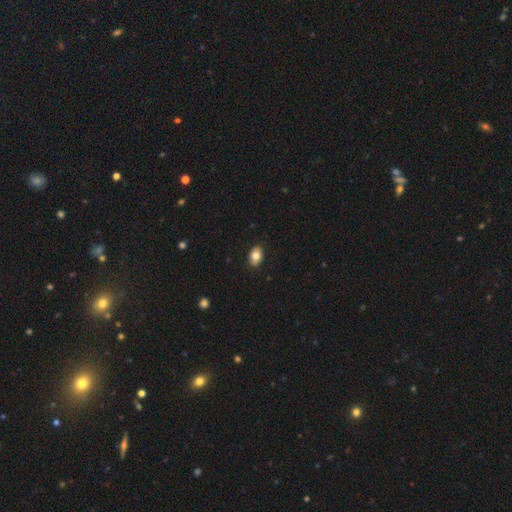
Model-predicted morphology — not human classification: This is likely a smooth galaxy (78%). How rounded: clearly in between (84%). Merging: clearly none (88%).